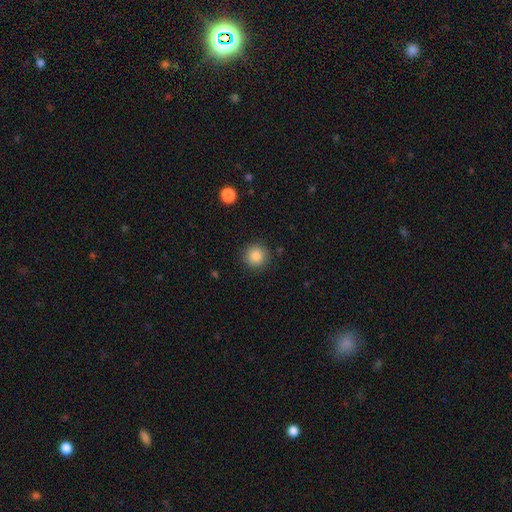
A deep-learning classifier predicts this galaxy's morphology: This appears to be a smooth galaxy with no disk features (86%) that is round (94%). Merging: none (89%).